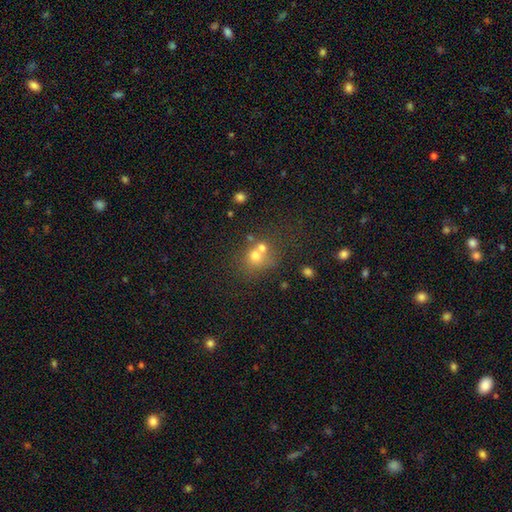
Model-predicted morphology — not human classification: Overall: smooth (65%). How rounded: round (77%). Merging: merger (45%; none 41%).